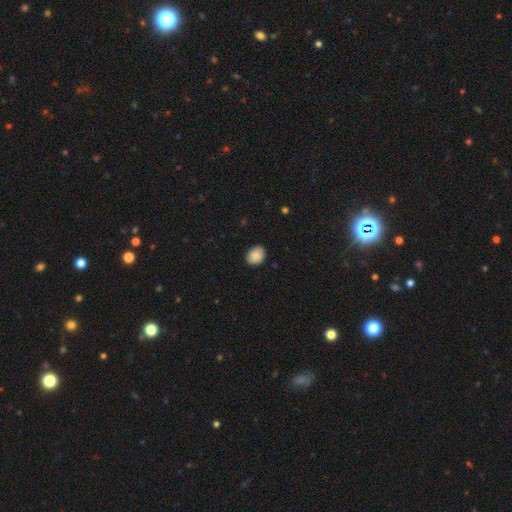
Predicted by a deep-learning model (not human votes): This appears to be a smooth galaxy with no disk features (88%) that is in between round and cigar-shaped (58%). Merging: none (85%).